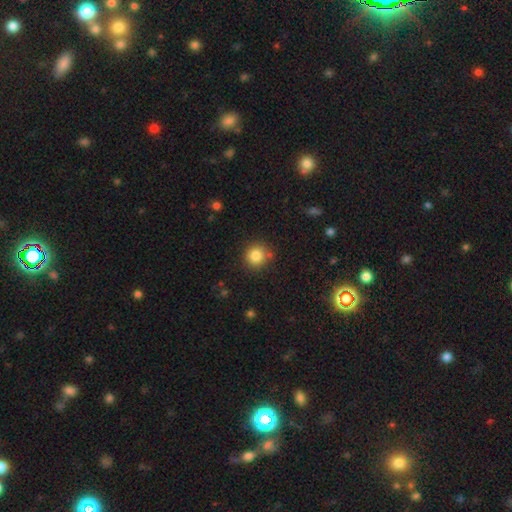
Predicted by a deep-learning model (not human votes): This appears to be a smooth galaxy with no disk features (84%) that is round (91%). Merging: none (83%).